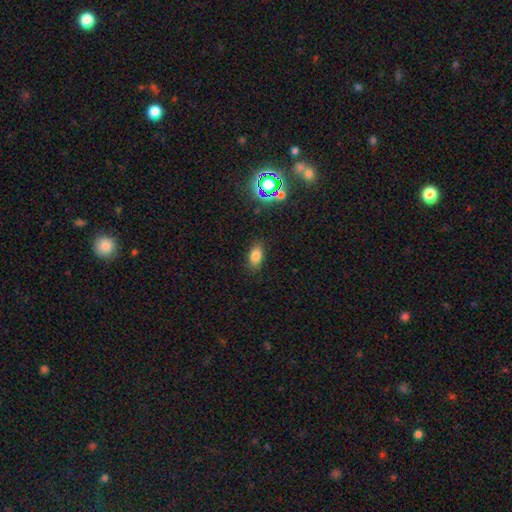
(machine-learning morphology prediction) Smooth or featured? smooth (79%)
How rounded? in between (88%)
Merging? none (86%)